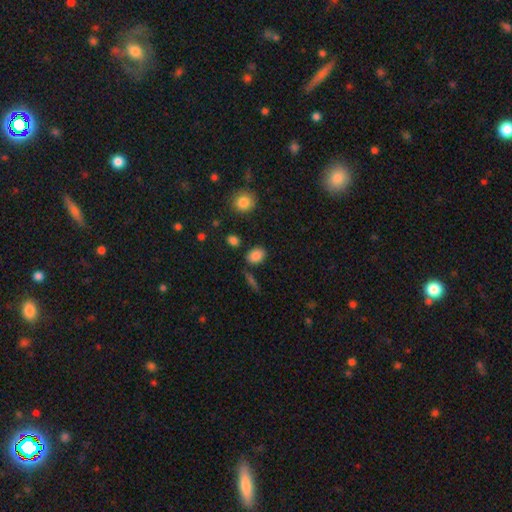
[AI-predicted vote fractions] smooth_or_featured: smooth (p=0.85) [alt: star or artifact p=0.10]
how_rounded: in between (p=0.72) [alt: round p=0.27]
merging: none (p=0.81) [alt: minor disturbance p=0.11]